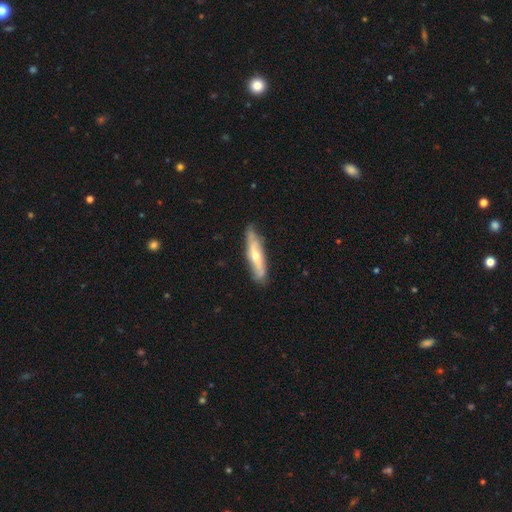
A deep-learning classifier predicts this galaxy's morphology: Overall: featured or disk (61%; smooth 34%). Edge-on disk: yes (52%; no 48%). Merging: none (77%).